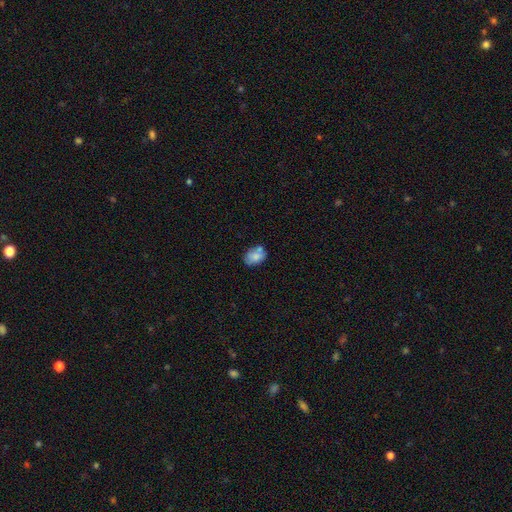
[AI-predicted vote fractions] smooth_or_featured: smooth (p=0.75) [alt: featured or disk p=0.17]
how_rounded: in between (p=0.74) [alt: round p=0.25]
merging: none (p=0.59) [alt: minor disturbance p=0.21]